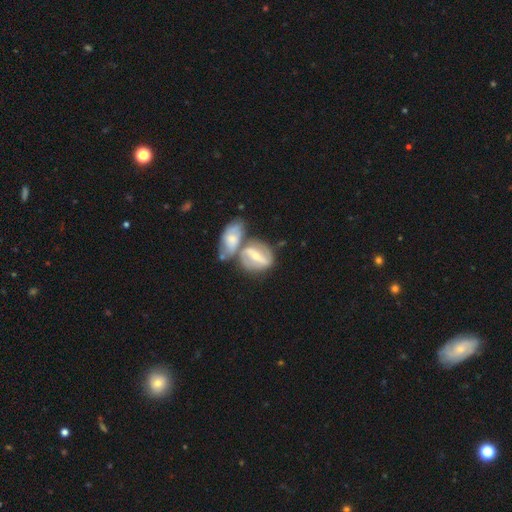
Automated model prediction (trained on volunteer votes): featured or disk 72%, smooth 22%, star or artifact 5%. Down the decision tree: edge-on disk — no (91%); bar — strong (57%); spiral arms — yes (73%); bulge size — small (48%); merging — merger (57%).